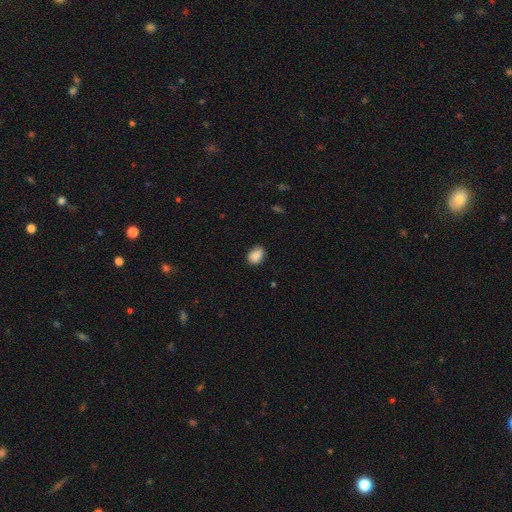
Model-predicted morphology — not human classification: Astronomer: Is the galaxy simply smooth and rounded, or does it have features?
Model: smooth — 89%.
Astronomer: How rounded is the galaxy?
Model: in between — 68%.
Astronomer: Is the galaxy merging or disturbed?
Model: none — 80%.